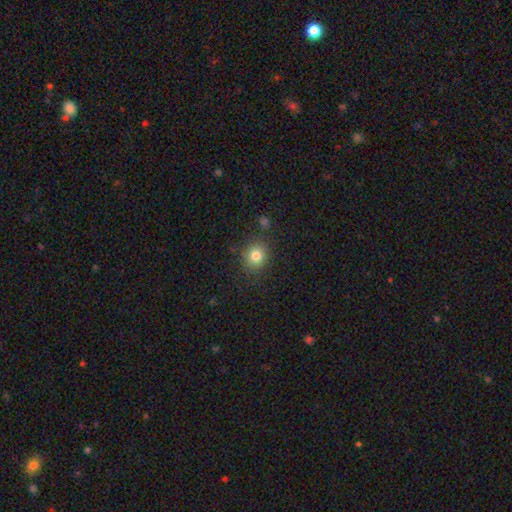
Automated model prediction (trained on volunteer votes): smooth 81%, star or artifact 11%, featured or disk 7%. Down the decision tree: how rounded — round (78%); merging — none (84%).